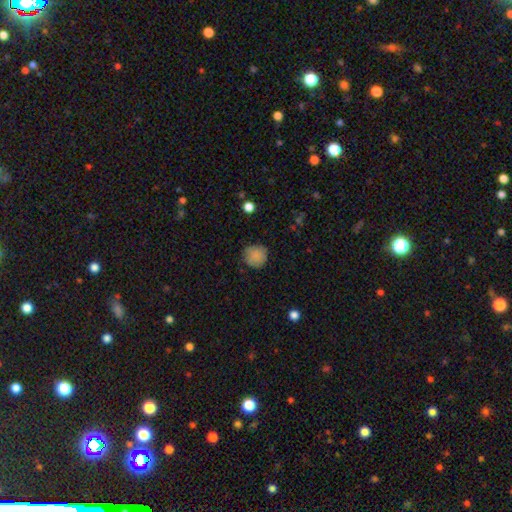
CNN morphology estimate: type=smooth (85%); roundness=round (91%); merging=none (79%).